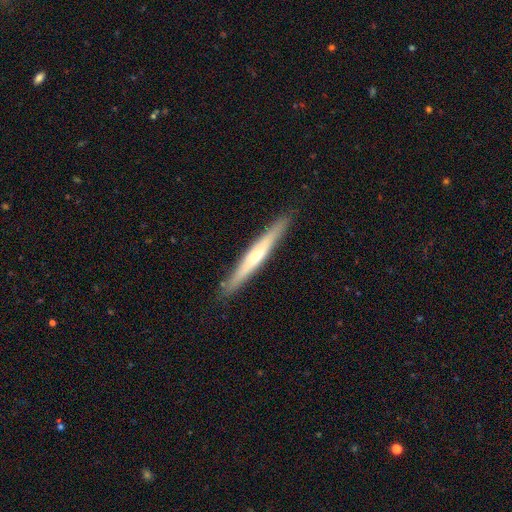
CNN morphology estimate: Smooth or featured?
  - featured or disk: 60% *
  - smooth: 35%
  - star or artifact: 5%
Edge-on disk?
  - yes: 95% *
  - no: 5%
Edge-on bulge?
  - rounded: 73% *
  - none: 24%
  - boxy: 4%
Merging?
  - none: 90% *
  - minor disturbance: 8%
  - major disturbance: 1%
  - merger: 1%